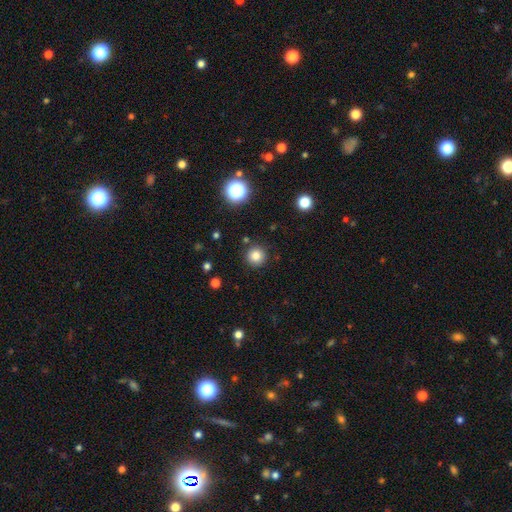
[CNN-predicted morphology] Smooth or featured? Predicted: smooth (p=0.82). How rounded? Predicted: round (p=0.95). Merging? Predicted: none (p=0.90).